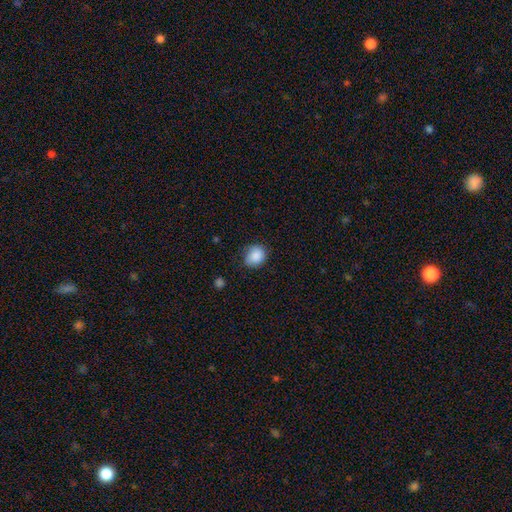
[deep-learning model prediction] Q: Smooth or featured?
A: smooth (88%); runner-up: star or artifact (8%)
Q: How rounded?
A: round (62%); runner-up: in between (37%)
Q: Merging?
A: none (70%); runner-up: minor disturbance (23%)